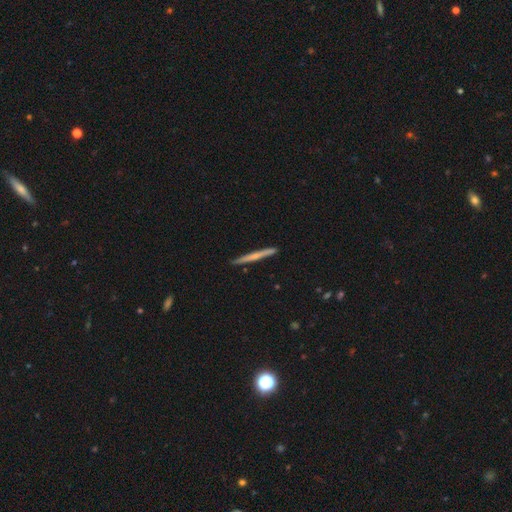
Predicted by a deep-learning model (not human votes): A featured or disk galaxy (52%) viewed edge-on (97%) with no central bulge (56%).

Vote fractions:
- Smooth or featured? featured or disk: 52% / smooth: 43% / star or artifact: 6%
- Edge-on disk? yes: 97% / no: 3%
- Edge-on bulge? none: 56% / rounded: 38% / boxy: 6%
- Merging? none: 91% / minor disturbance: 7% / merger: 1% / major disturbance: 1%